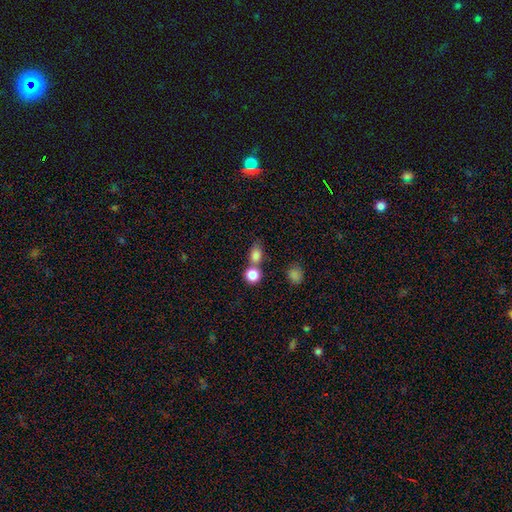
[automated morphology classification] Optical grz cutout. It shows a smooth galaxy with no disk features (81%) that is round (52%). Merging: none (46%).